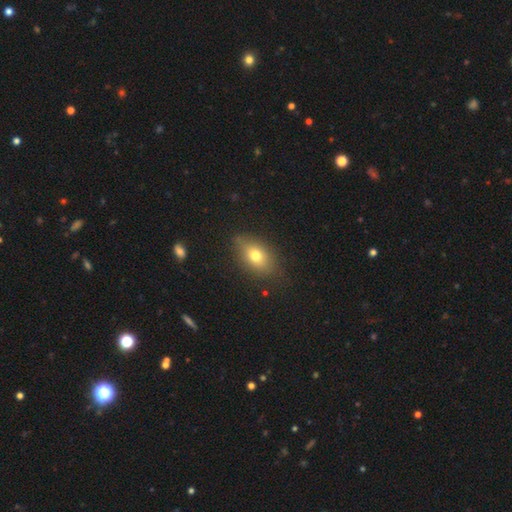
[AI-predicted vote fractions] Q: Smooth or featured?
A: smooth (72%); runner-up: featured or disk (17%)
Q: How rounded?
A: in between (78%); runner-up: round (17%)
Q: Merging?
A: none (76%); runner-up: minor disturbance (18%)